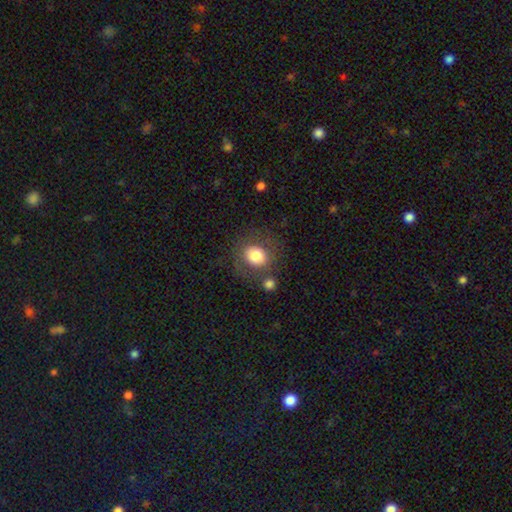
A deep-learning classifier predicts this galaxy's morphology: Smooth or featured?
  - smooth: 78% *
  - featured or disk: 13%
  - star or artifact: 9%
How rounded?
  - round: 68% *
  - in between: 31%
  - cigar-shaped: 1%
Merging?
  - none: 70% *
  - minor disturbance: 14%
  - merger: 9%
  - major disturbance: 7%